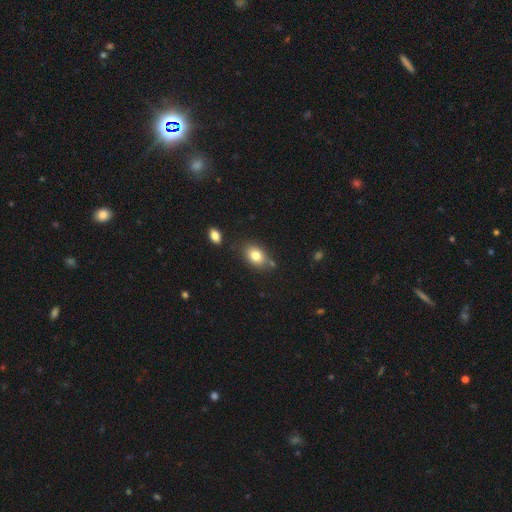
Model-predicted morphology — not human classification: Overall: smooth (80%). How rounded: in between (77%). Merging: none (72%).